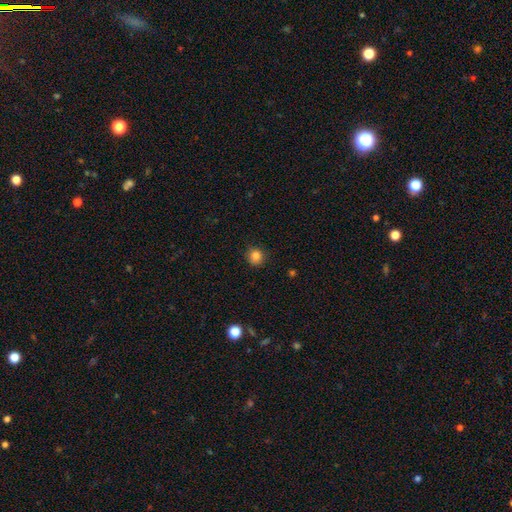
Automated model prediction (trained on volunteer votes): Q: Smooth or featured?
A: smooth (84%); runner-up: star or artifact (11%)
Q: How rounded?
A: round (90%); runner-up: in between (9%)
Q: Merging?
A: none (88%); runner-up: minor disturbance (9%)